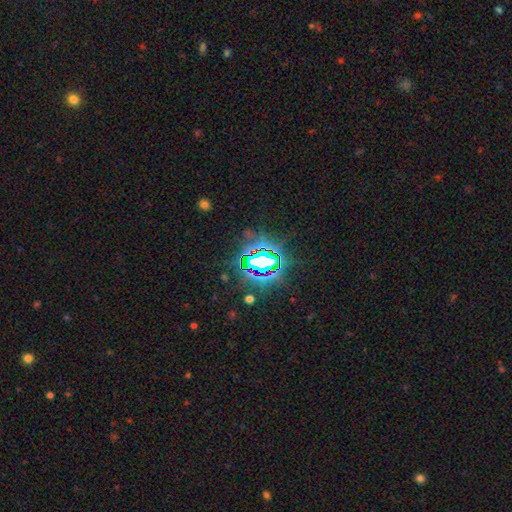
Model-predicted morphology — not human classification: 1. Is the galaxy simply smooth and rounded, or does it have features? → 83% star or artifact, 10% smooth, 7% featured or disk.